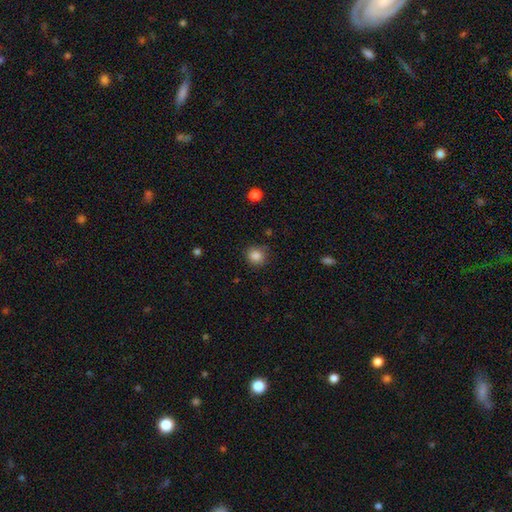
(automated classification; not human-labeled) This is clearly a smooth galaxy (85%). How rounded: clearly round (87%). Merging: clearly none (84%).